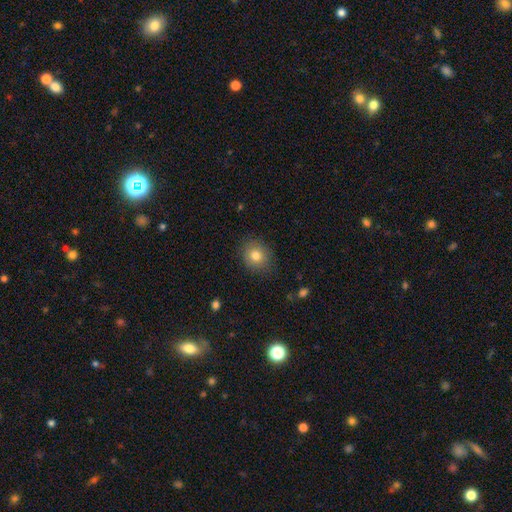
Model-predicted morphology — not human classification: Smooth or featured? smooth (80%)
How rounded? round (73%)
Merging? none (84%)